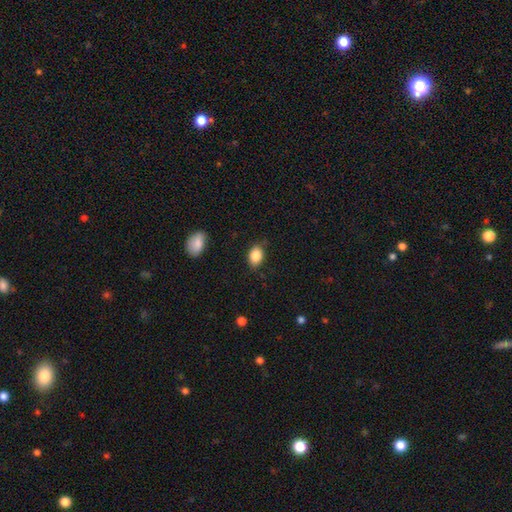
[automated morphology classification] Overall: smooth (86%). How rounded: in between (78%). Merging: none (82%).